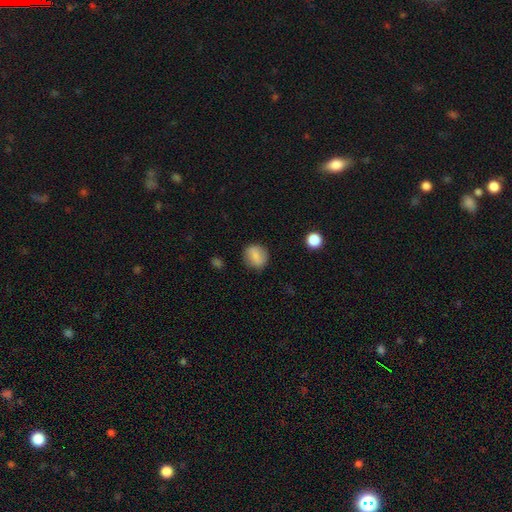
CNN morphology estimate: Overall: smooth (78%). How rounded: round (79%). Merging: none (84%).